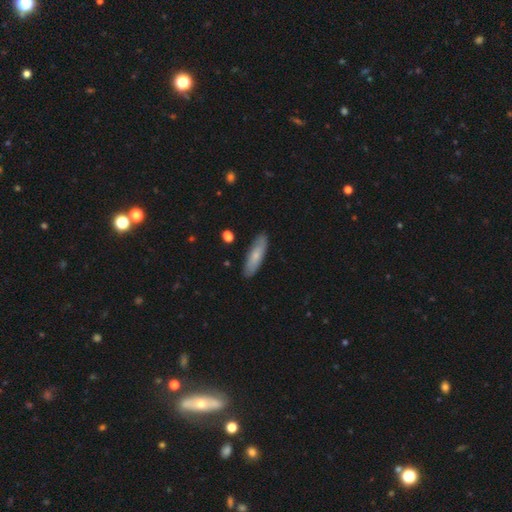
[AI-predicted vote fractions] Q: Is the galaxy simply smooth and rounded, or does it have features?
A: smooth — 69%.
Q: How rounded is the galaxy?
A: cigar-shaped — 58%.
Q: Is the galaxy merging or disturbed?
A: none — 86%.